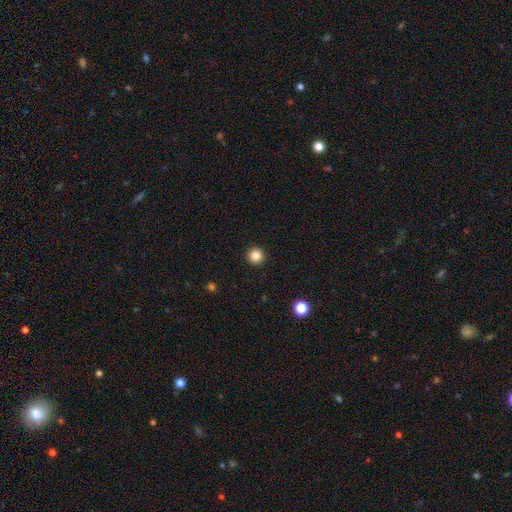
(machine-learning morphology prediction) Overall: smooth (84%). How rounded: round (96%). Merging: none (94%).